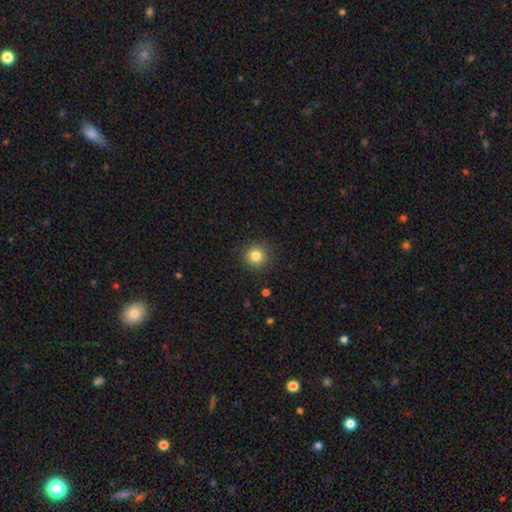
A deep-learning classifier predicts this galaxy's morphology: Smooth or featured: smooth — 83% (star or artifact — 11%)
How rounded: round — 94% (in between — 5%)
Merging: none — 91% (minor disturbance — 6%)